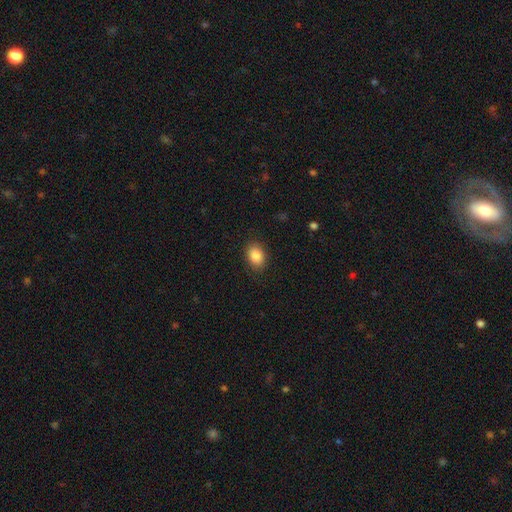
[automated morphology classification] Smooth or featured?
  - smooth: 87% *
  - star or artifact: 8%
  - featured or disk: 5%
How rounded?
  - in between: 77% *
  - round: 22%
  - cigar-shaped: 1%
Merging?
  - none: 86% *
  - minor disturbance: 10%
  - major disturbance: 3%
  - merger: 1%